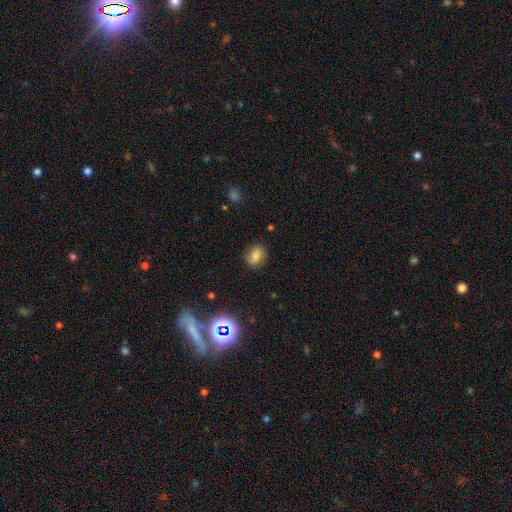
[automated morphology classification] type=smooth (76%); roundness=round (51%); merging=none (81%).